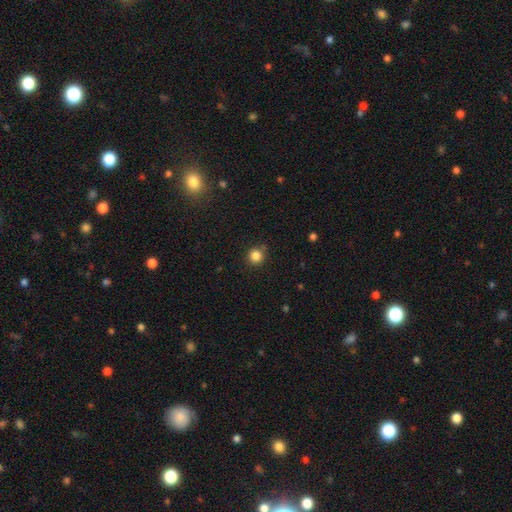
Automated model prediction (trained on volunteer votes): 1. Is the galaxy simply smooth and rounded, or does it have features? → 84% smooth, 12% star or artifact, 4% featured or disk.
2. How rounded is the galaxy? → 92% round, 7% in between, 1% cigar-shaped.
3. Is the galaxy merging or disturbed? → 83% none, 12% minor disturbance, 3% major disturbance, 2% merger.